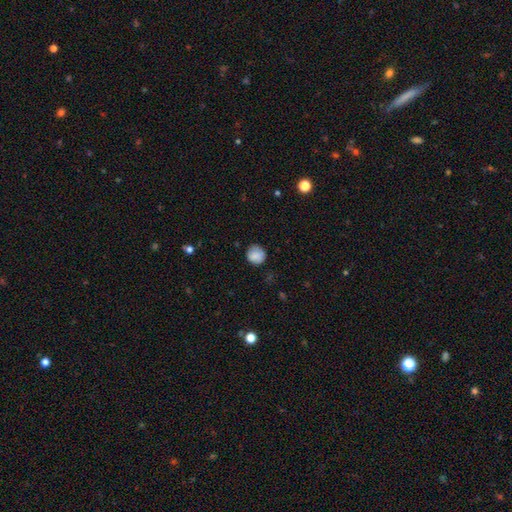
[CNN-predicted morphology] smooth 85%, star or artifact 9%, featured or disk 7%. Down the decision tree: how rounded — round (87%); merging — none (77%).